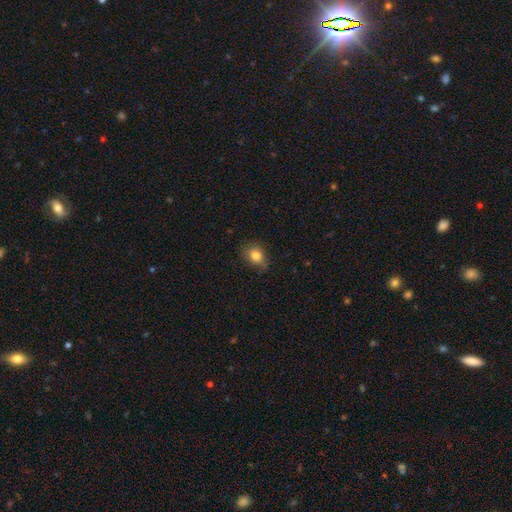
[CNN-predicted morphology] This appears to be a smooth galaxy with no disk features (82%) that is in between round and cigar-shaped (54%). Merging: none (70%).